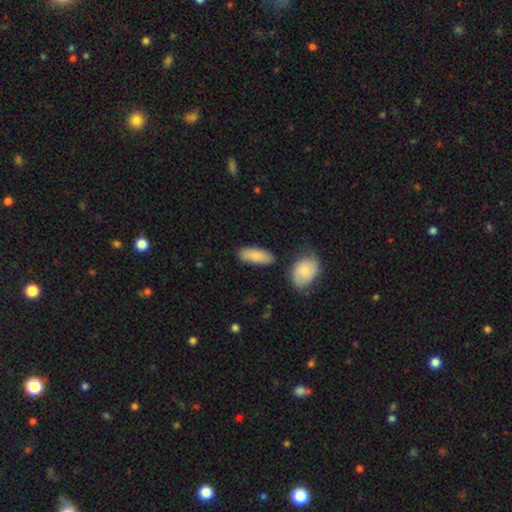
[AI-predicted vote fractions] This is clearly a smooth galaxy (85%). How rounded: likely in between (79%). Merging: likely none (75%).